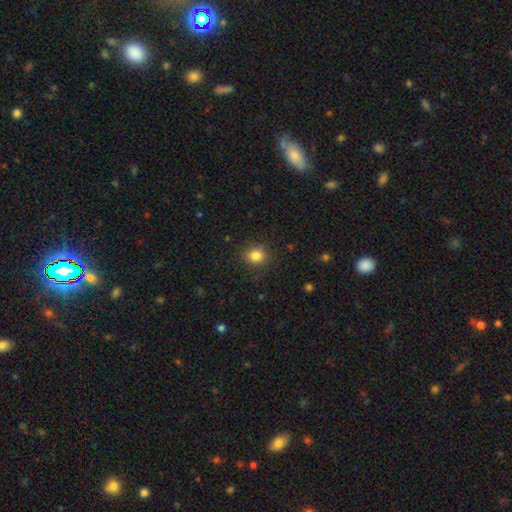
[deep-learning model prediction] Smooth or featured?
  - smooth: 83% *
  - star or artifact: 12%
  - featured or disk: 5%
How rounded?
  - round: 77% *
  - in between: 22%
  - cigar-shaped: 1%
Merging?
  - none: 87% *
  - minor disturbance: 9%
  - major disturbance: 3%
  - merger: 1%